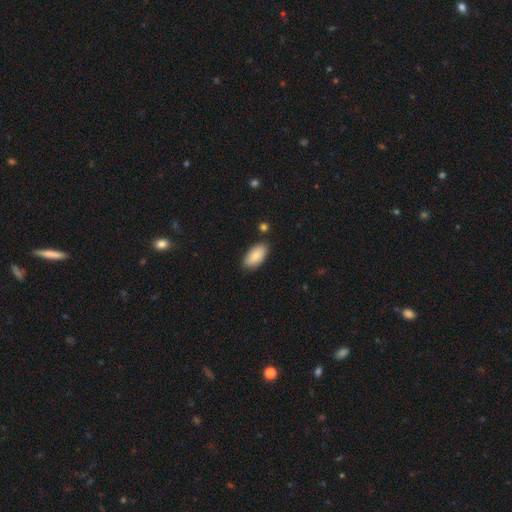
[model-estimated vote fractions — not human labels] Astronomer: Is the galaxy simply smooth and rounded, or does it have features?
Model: smooth — 86%.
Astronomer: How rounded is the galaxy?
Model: in between — 94%.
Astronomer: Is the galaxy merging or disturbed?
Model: none — 84%.